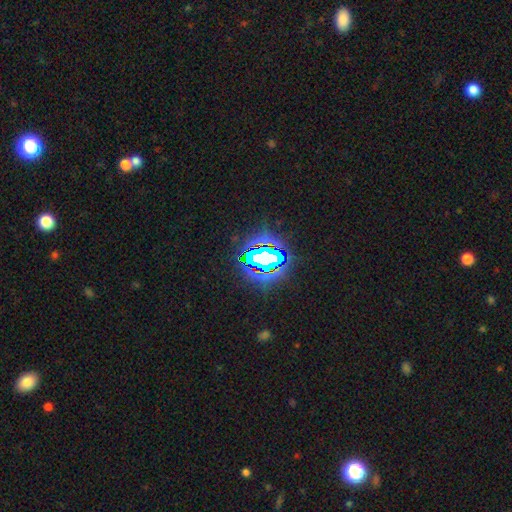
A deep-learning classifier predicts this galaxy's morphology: star or artifact 73%, smooth 14%, featured or disk 12%.